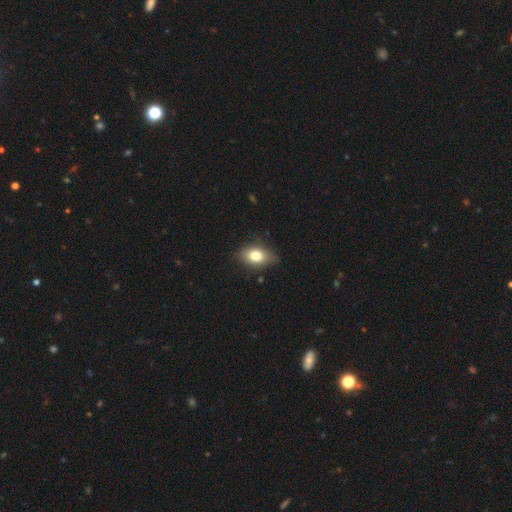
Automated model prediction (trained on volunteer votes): Q: Smooth or featured?
A: smooth (75%); runner-up: featured or disk (15%)
Q: How rounded?
A: in between (76%); runner-up: round (22%)
Q: Merging?
A: none (74%); runner-up: minor disturbance (21%)